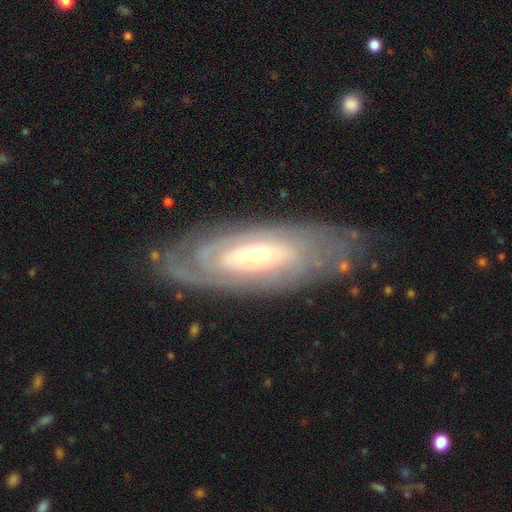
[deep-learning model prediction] Smooth or featured? featured or disk (79%)
Edge-on disk? no (85%)
Bar? no (68%)
Spiral arms? yes (84%)
Spiral winding? tight (77%)
Spiral arm count? can't tell (59%)
Bulge size? small (59%)
Merging? none (78%)